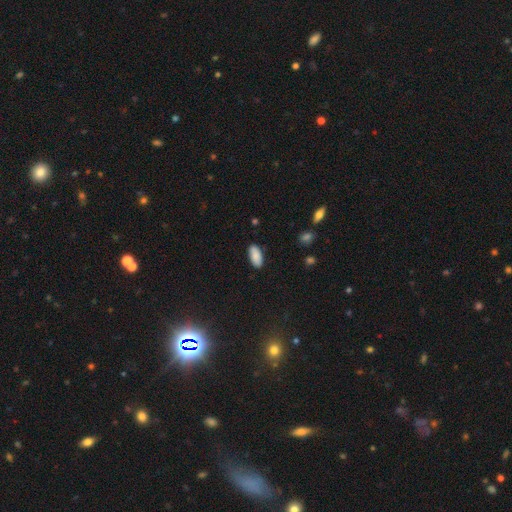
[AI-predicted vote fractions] The model was most divided on "merging": none: 85%, minor disturbance: 11%, major disturbance: 2%, merger: 1%. More confident: how rounded — in between (90%); smooth or featured — smooth (88%).